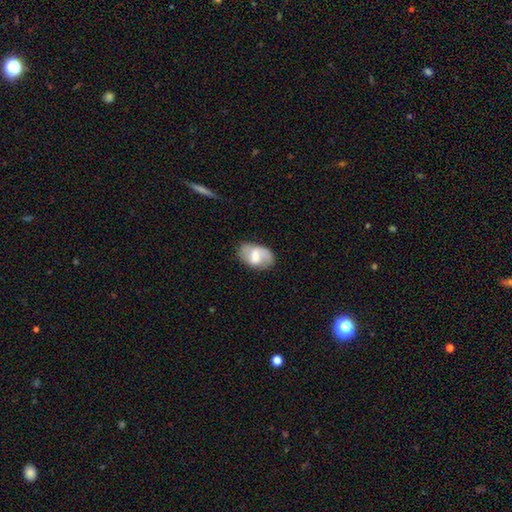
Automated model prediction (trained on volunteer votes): Smooth or featured?
  - featured or disk: 50% *
  - smooth: 43%
  - star or artifact: 7%
Merging?
  - none: 68% *
  - minor disturbance: 22%
  - major disturbance: 8%
  - merger: 2%